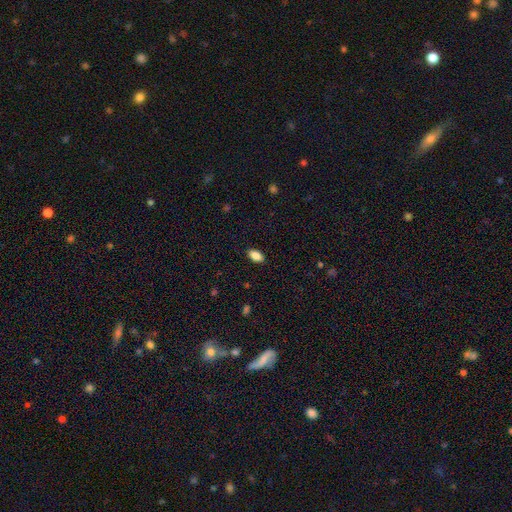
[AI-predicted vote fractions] Smooth or featured?
  - smooth: 88% *
  - star or artifact: 8%
  - featured or disk: 4%
How rounded?
  - in between: 92% *
  - round: 4%
  - cigar-shaped: 3%
Merging?
  - none: 89% *
  - minor disturbance: 8%
  - major disturbance: 2%
  - merger: 1%